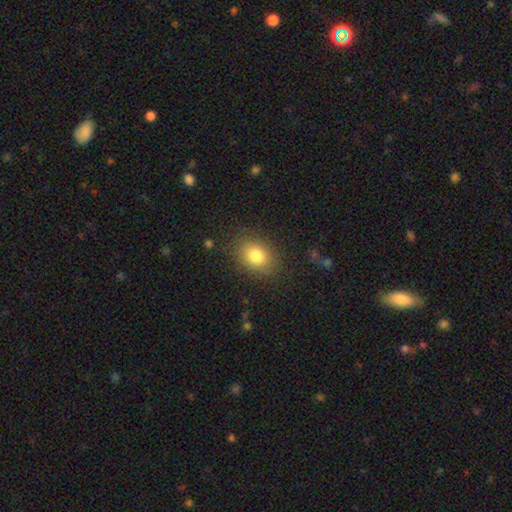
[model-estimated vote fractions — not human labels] Q: Smooth or featured?
A: smooth (79%); runner-up: featured or disk (11%)
Q: How rounded?
A: in between (63%); runner-up: round (36%)
Q: Merging?
A: none (83%); runner-up: minor disturbance (11%)